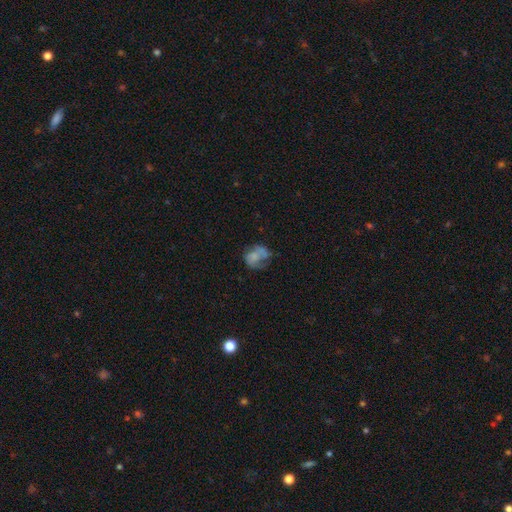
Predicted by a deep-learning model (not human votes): A smooth galaxy with no disk features (47%). Merging: none (35%).